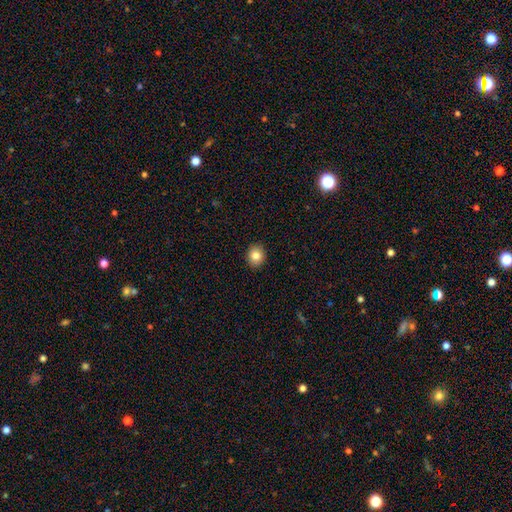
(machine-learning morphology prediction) smooth-or-featured: smooth: 84% | star or artifact: 10% | featured or disk: 7%
  how-rounded: round: 72% | in between: 27% | cigar-shaped: 1%
  merging: none: 92% | minor disturbance: 6% | major disturbance: 2% | merger: 1%